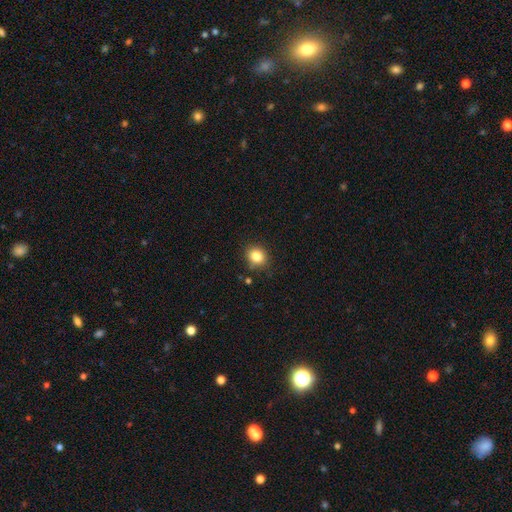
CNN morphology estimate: The model was most divided on "how rounded": round: 70%, in between: 30%, cigar-shaped: 1%. More confident: merging — none (85%); smooth or featured — smooth (84%).